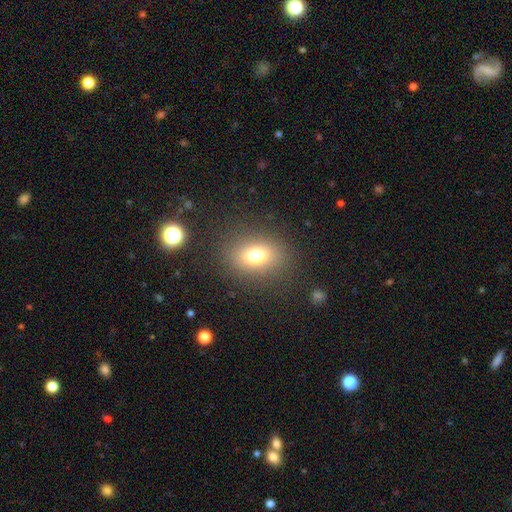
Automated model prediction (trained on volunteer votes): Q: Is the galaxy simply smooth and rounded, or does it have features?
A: smooth — 73%.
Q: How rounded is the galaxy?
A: in between — 63%.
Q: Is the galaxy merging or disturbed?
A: none — 84%.